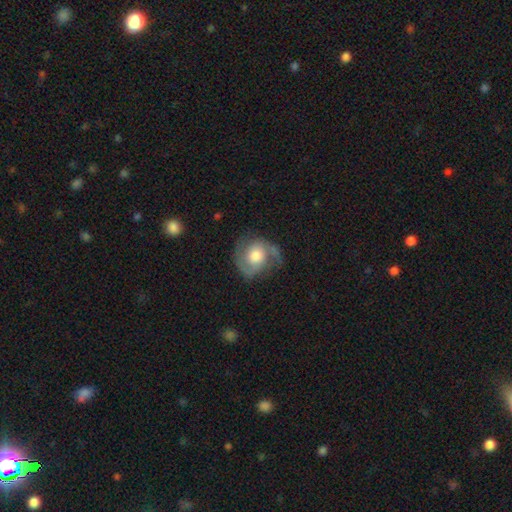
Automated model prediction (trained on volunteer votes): This appears to be a featured or disk galaxy (72%) with no bar (71%), 2 (86%) medium (49%) spiral arms (92%) and a moderate central bulge (52%). Merging: none (62%).